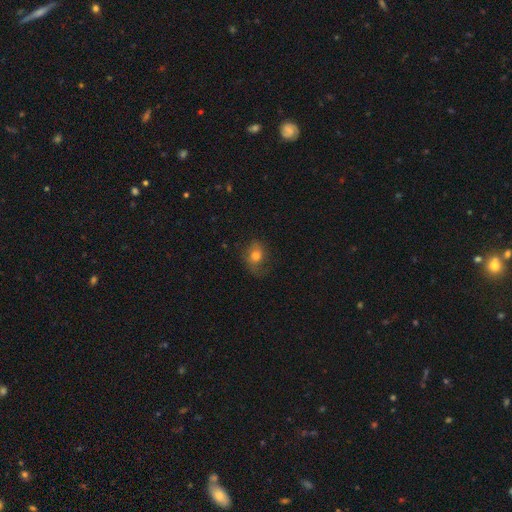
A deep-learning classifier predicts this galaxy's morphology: This is likely a smooth galaxy (68%). How rounded: possibly in between (58%). Merging: possibly none (58%).